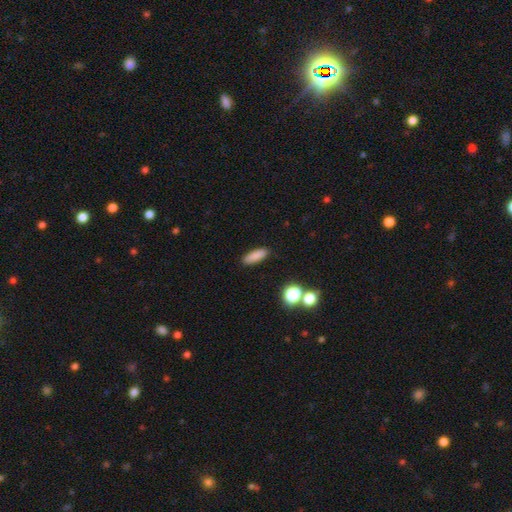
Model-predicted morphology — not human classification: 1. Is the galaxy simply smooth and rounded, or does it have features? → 85% smooth, 9% star or artifact, 6% featured or disk.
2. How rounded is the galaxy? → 48% cigar-shaped (tied), 48% in between (tied), 4% round.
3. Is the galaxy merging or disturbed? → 89% none, 7% minor disturbance, 2% major disturbance, 2% merger.